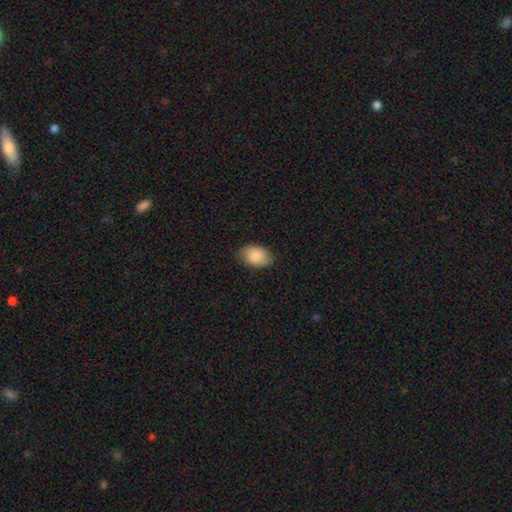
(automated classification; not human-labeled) This is clearly a smooth galaxy (86%). How rounded: clearly in between (88%). Merging: clearly none (82%).